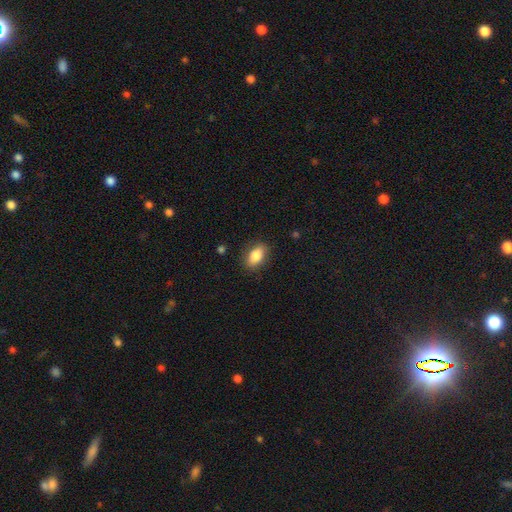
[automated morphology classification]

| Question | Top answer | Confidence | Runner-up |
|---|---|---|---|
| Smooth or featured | smooth | 84% | featured or disk (8%) |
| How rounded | in between | 89% | round (8%) |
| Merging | none | 85% | minor disturbance (11%) |